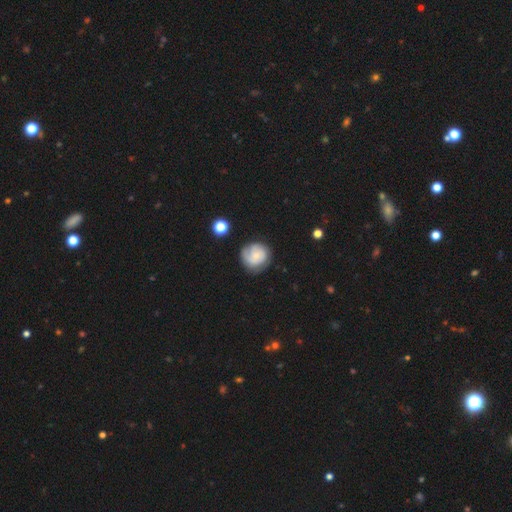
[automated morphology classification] This is possibly a featured or disk galaxy (57%). It is clearly not viewed edge-on (98%). Bar: likely no (75%). Spiral arm pattern: clearly yes (88%). Central bulge: likely small (69%). Merging: likely none (70%).